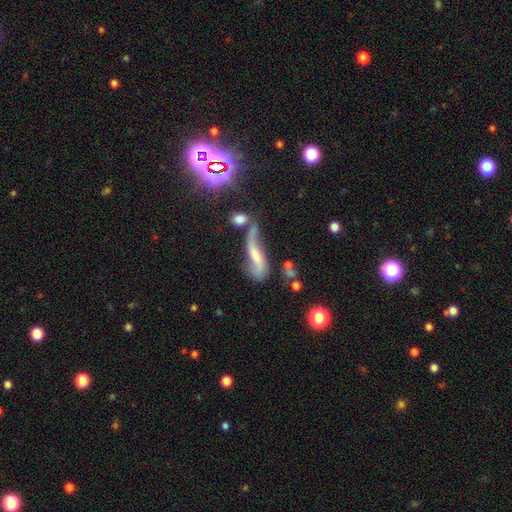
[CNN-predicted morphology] Overall: featured or disk (65%). Edge-on disk: no (80%). Bar: no (43%; weak 35%). Spiral arms: yes (87%). Bulge size: small (40%; moderate 39%). Merging: none (43%; minor disturbance 20%).